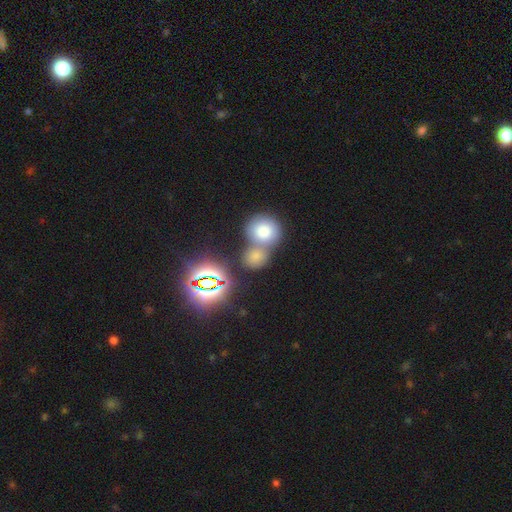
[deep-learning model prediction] This appears to be a smooth galaxy with no disk features (68%) that is round (76%). Merging: merger (50%).